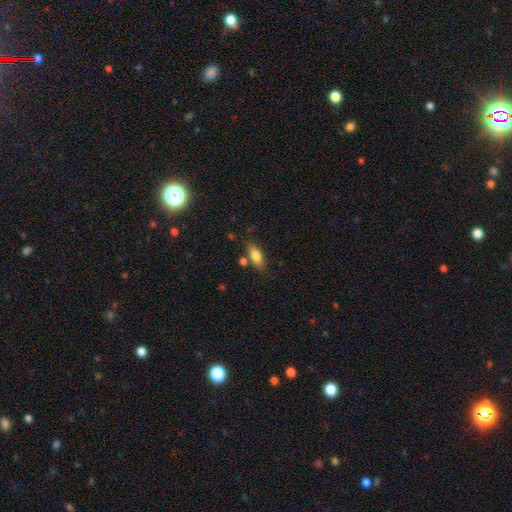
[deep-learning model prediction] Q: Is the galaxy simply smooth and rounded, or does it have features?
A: smooth — 80%.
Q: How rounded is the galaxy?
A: in between — 75%.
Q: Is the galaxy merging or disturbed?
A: none — 75%.